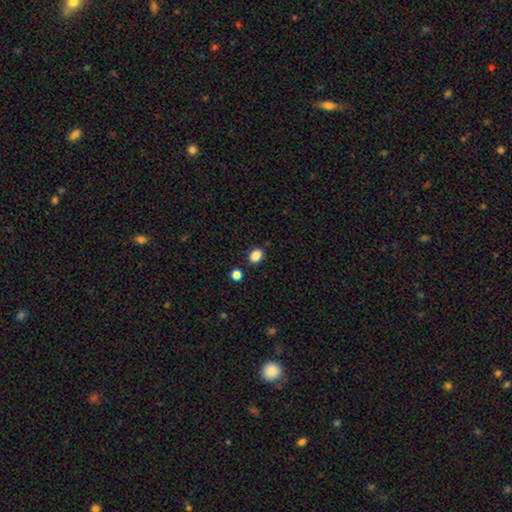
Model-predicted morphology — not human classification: Smooth or featured?
  - smooth: 87% *
  - star or artifact: 10%
  - featured or disk: 3%
How rounded?
  - in between: 58% *
  - round: 41%
  - cigar-shaped: 1%
Merging?
  - none: 85% *
  - minor disturbance: 9%
  - merger: 4%
  - major disturbance: 2%